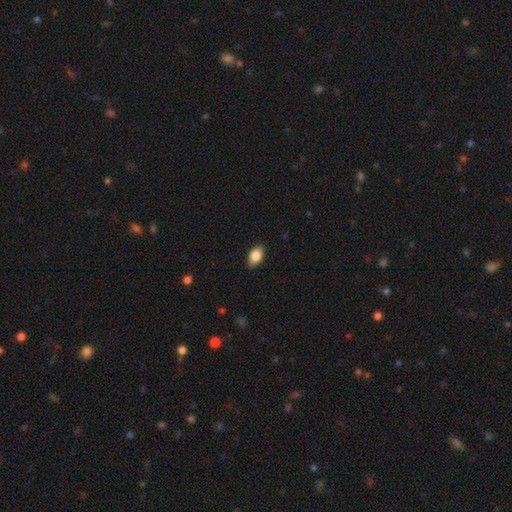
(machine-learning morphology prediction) This appears to be a smooth galaxy with no disk features (82%) that is in between round and cigar-shaped (90%). Merging: none (87%).